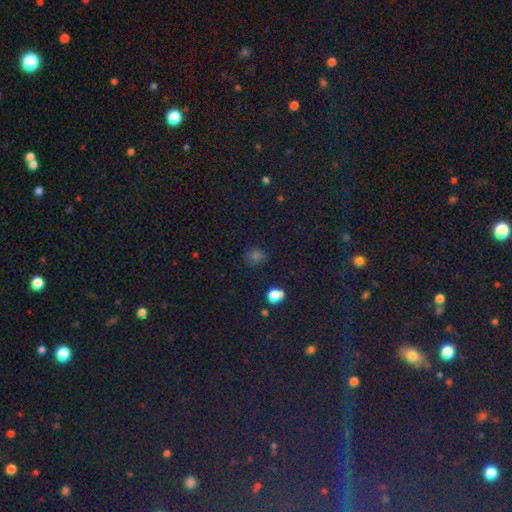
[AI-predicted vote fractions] A smooth galaxy with no disk features (66%) that is round (80%). Merging: none (85%).